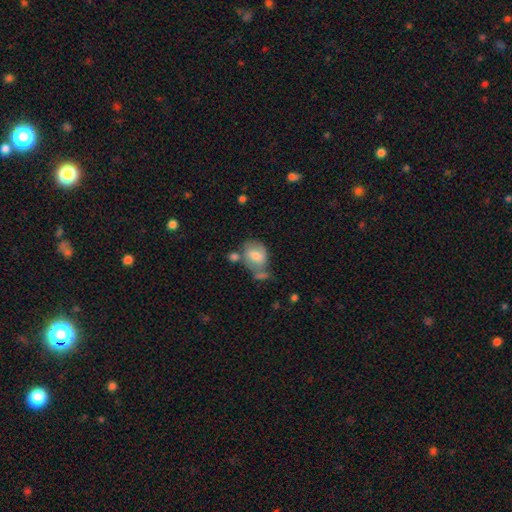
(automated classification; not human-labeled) smooth 65%, featured or disk 27%, star or artifact 8%. Down the decision tree: how rounded — in between (63%); merging — none (38%).